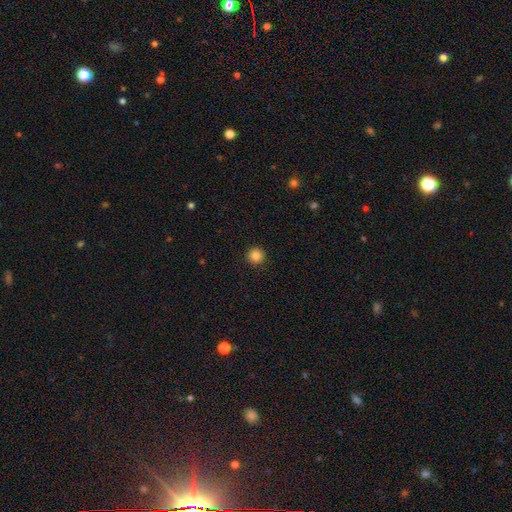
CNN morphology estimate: This is clearly a smooth galaxy (85%). How rounded: clearly round (96%). Merging: clearly none (93%).